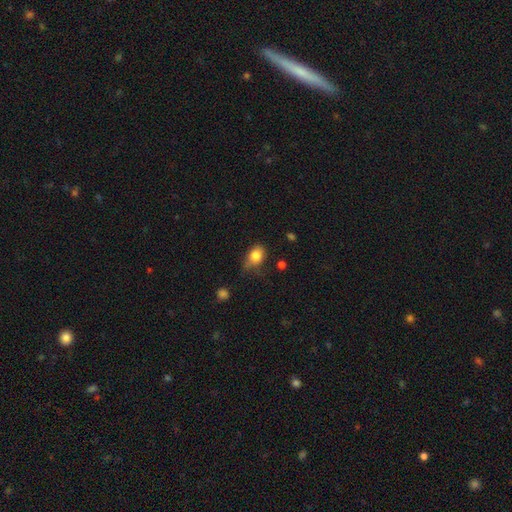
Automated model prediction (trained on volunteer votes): smooth-or-featured: smooth: 81% | star or artifact: 10% | featured or disk: 9%
  how-rounded: in between: 68% | round: 31% | cigar-shaped: 2%
  merging: none: 47% | minor disturbance: 37% | major disturbance: 12% | merger: 3%